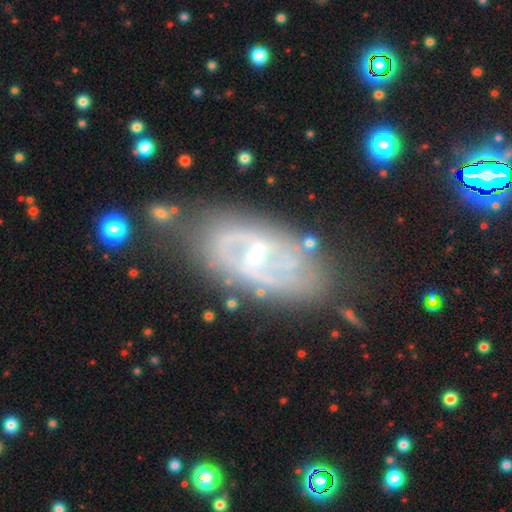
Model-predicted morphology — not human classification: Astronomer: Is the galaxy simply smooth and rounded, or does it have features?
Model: featured or disk — 79%.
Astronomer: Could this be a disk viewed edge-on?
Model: no — 92%.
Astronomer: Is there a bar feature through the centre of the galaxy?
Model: weak — 50%.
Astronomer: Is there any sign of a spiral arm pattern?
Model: yes — 76%.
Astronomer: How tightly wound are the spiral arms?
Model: tight — 46% (runner-up: medium, 37%).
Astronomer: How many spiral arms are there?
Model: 2 — 56%.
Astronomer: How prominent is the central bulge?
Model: small — 47%, tied with moderate at 47%.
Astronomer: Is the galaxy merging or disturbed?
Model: none — 71%.